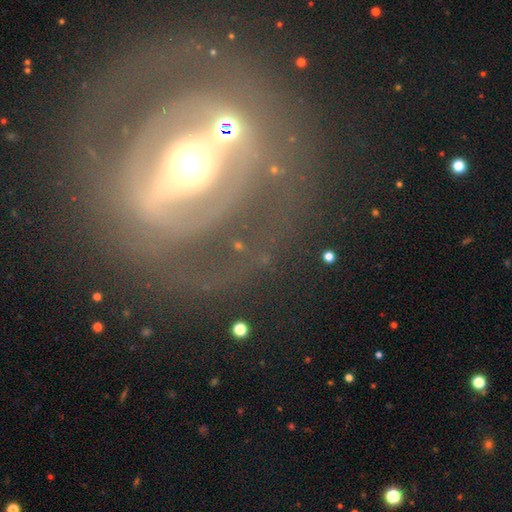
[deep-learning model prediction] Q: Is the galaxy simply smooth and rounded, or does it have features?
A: featured or disk — 77%.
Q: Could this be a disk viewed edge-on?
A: no — 82%.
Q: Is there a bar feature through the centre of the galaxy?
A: strong — 63%.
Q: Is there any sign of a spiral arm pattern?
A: no — 66%.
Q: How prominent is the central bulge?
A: moderate — 58%.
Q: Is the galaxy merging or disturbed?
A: none — 75%.